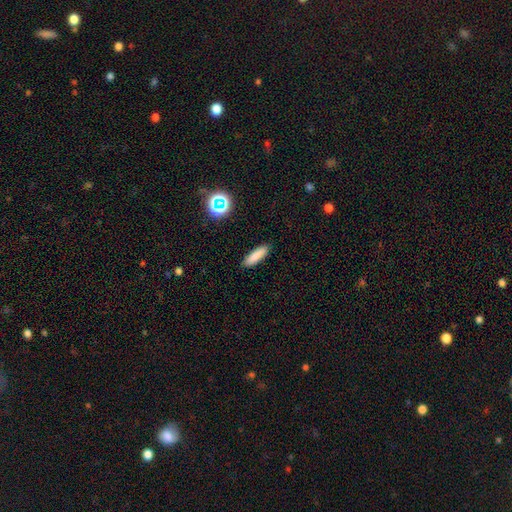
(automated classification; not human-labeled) smooth_or_featured: smooth (p=0.84) [alt: star or artifact p=0.09]
how_rounded: cigar-shaped (p=0.66) [alt: in between p=0.32]
merging: none (p=0.90) [alt: minor disturbance p=0.07]